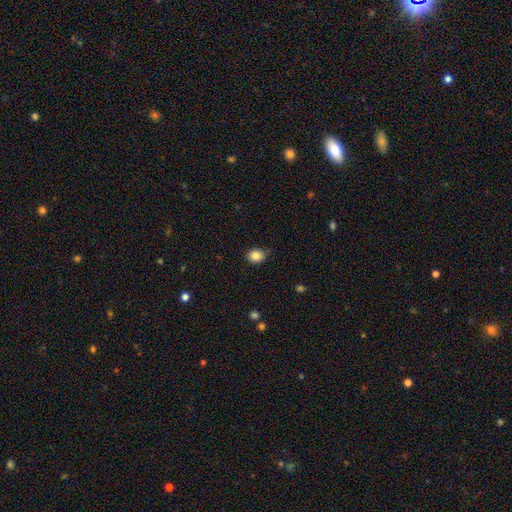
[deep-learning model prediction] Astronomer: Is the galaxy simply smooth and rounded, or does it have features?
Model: smooth — 85%.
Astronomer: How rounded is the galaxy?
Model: round — 59% (runner-up: in between, 40%).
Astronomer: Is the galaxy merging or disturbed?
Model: none — 76%.